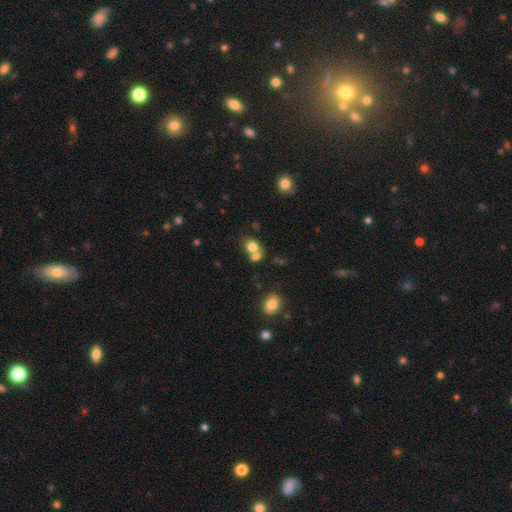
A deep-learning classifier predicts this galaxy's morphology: The model was most divided on "merging": merger: 49%, none: 39%, minor disturbance: 8%, major disturbance: 4%. More confident: smooth or featured — smooth (77%); how rounded — round (58%).